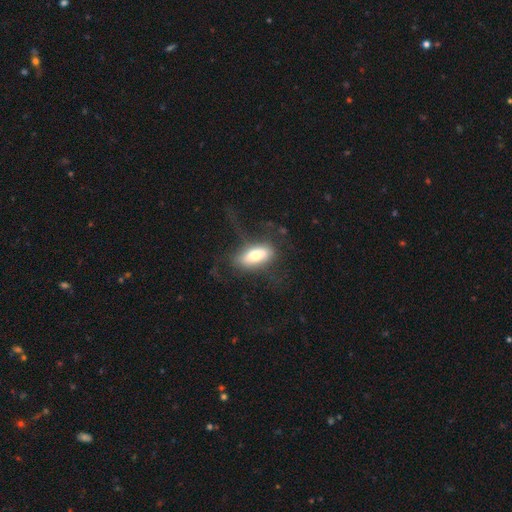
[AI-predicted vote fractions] Overall: smooth (58%; featured or disk 35%). How rounded: in between (84%). Merging: none (51%; major disturbance 27%).